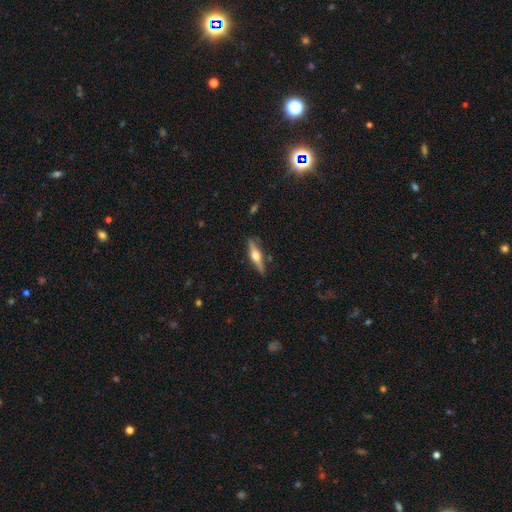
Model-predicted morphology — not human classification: Smooth or featured: featured or disk — 68% (smooth — 26%)
Edge-on disk: yes — 96% (no — 4%)
Edge-on bulge: rounded — 94% (boxy — 4%)
Merging: none — 86% (minor disturbance — 10%)